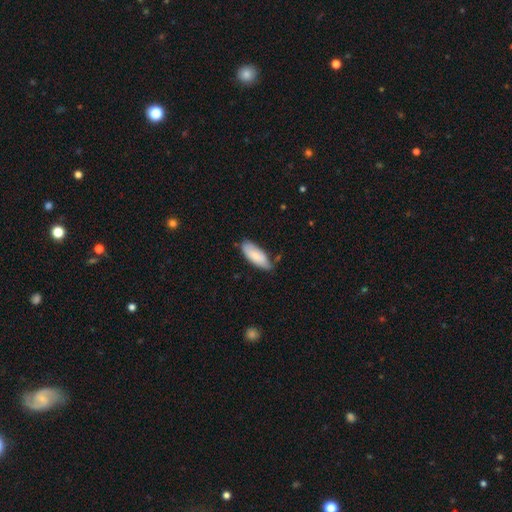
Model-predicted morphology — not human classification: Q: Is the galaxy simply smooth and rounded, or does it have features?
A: smooth — 77%.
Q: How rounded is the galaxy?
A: in between — 80%.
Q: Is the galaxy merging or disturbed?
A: none — 61%.